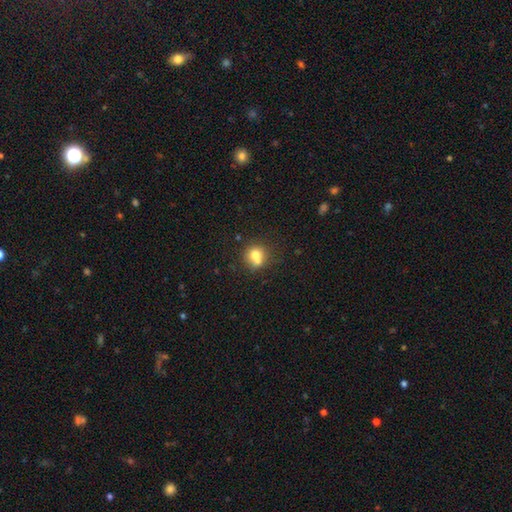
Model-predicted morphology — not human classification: type=smooth (73%); roundness=round (76%); merging=none (47%).